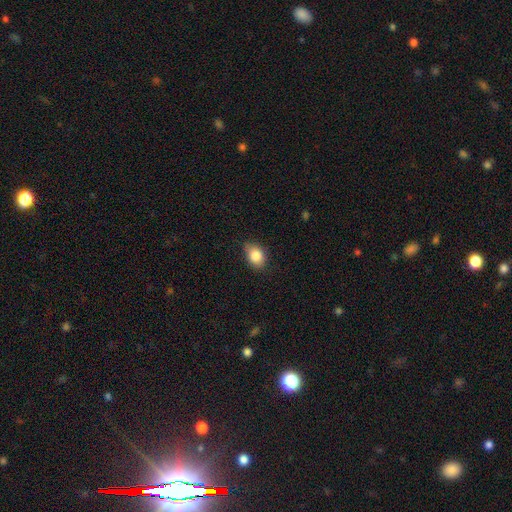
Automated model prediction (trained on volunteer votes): Smooth or featured? smooth (84%)
How rounded? in between (70%)
Merging? none (73%)